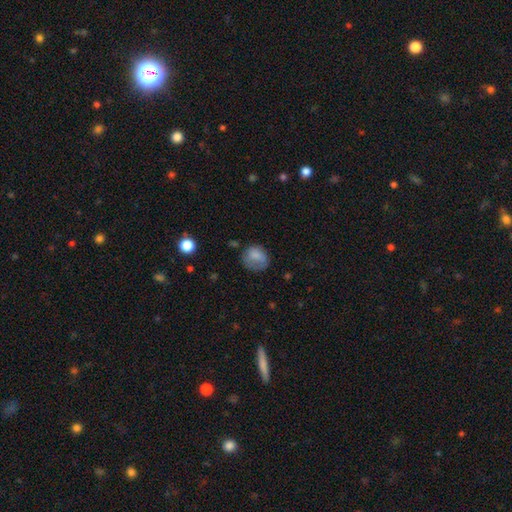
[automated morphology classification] smooth-or-featured: smooth: 77% | featured or disk: 14% | star or artifact: 9%
  how-rounded: round: 69% | in between: 30% | cigar-shaped: 1%
  merging: none: 51% | minor disturbance: 28% | major disturbance: 18% | merger: 2%